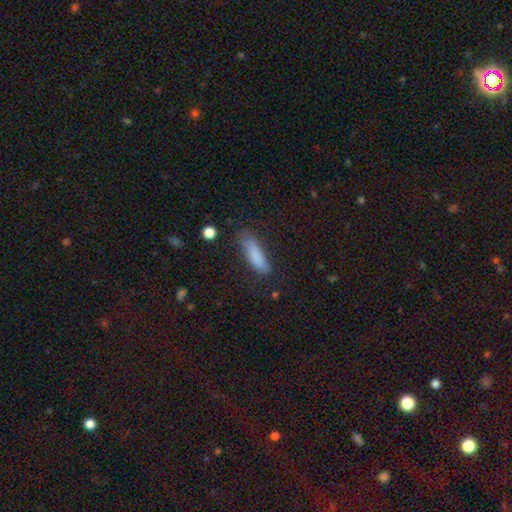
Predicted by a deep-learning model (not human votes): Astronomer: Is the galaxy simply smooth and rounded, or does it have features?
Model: smooth — 82%.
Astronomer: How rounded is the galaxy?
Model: cigar-shaped — 61% (runner-up: in between, 37%).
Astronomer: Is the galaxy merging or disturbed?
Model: none — 70%.